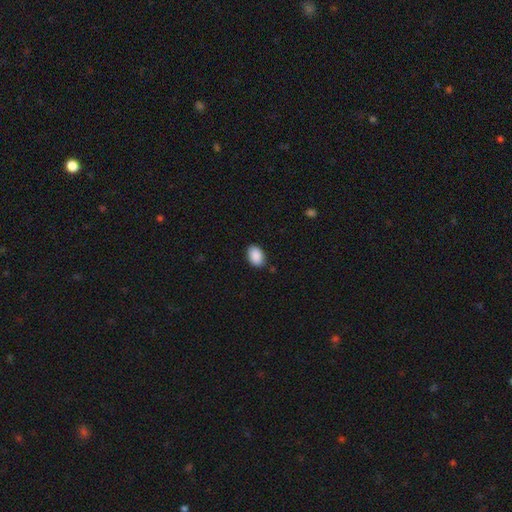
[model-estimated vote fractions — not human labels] The model was most divided on "how rounded": in between: 85%, round: 14%, cigar-shaped: 1%. More confident: smooth or featured — smooth (90%); merging — none (86%).